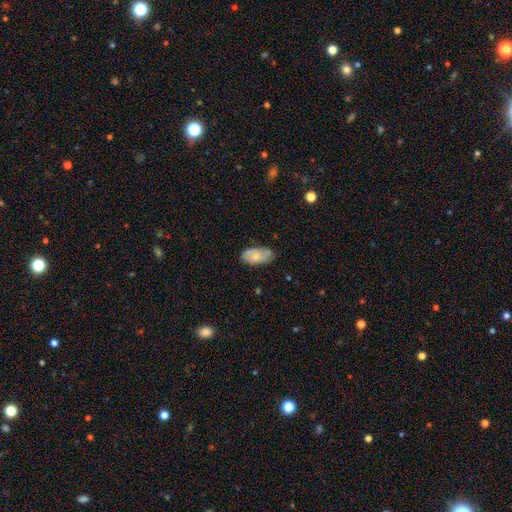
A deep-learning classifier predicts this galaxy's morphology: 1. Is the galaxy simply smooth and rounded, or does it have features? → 59% smooth, 34% featured or disk, 6% star or artifact.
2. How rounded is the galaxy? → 92% in between, 4% cigar-shaped, 3% round.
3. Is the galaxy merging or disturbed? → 75% none, 20% minor disturbance, 4% major disturbance, 1% merger.